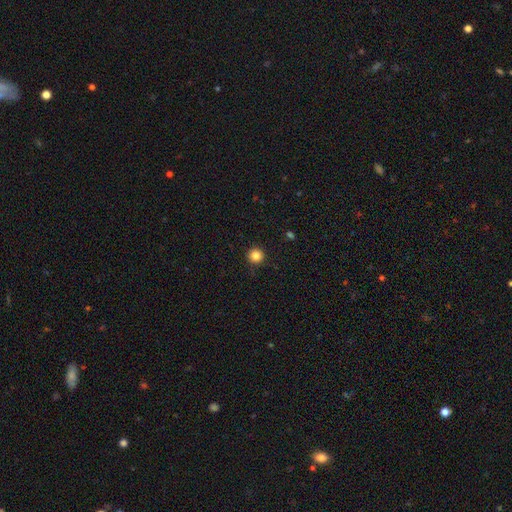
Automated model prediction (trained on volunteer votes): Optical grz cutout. It shows a smooth galaxy with no disk features (84%) that is round (95%). Merging: none (92%).